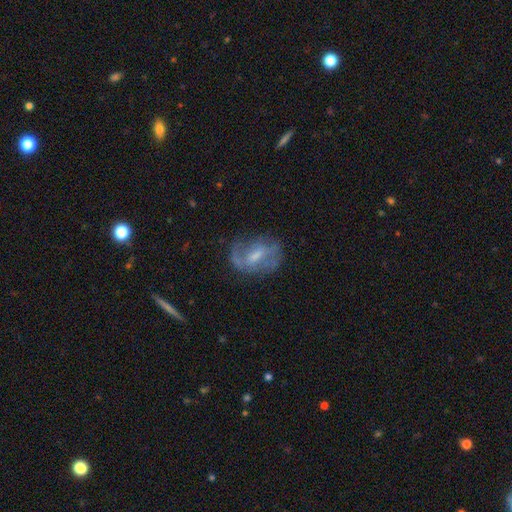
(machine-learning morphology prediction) type=featured or disk (68%); edge-on=no (94%); bar=weak (51%); spiral arms=yes (73%); bulge=moderate (43%); merging=none (59%).